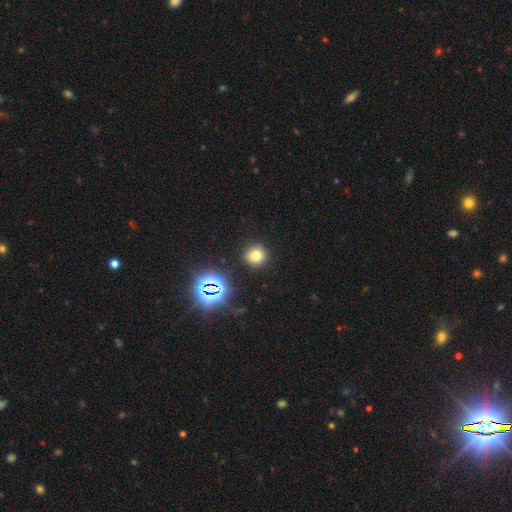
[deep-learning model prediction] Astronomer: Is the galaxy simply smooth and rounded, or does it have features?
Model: smooth — 71%.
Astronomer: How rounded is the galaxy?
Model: round — 93%.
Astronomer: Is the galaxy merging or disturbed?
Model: none — 90%.